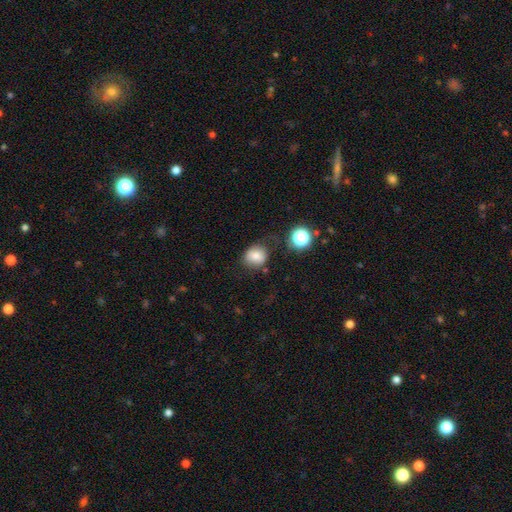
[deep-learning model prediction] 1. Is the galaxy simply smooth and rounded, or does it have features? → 76% smooth, 13% star or artifact, 11% featured or disk.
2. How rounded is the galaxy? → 72% round, 27% in between, 1% cigar-shaped.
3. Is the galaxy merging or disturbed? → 67% none, 20% minor disturbance, 8% major disturbance, 5% merger.